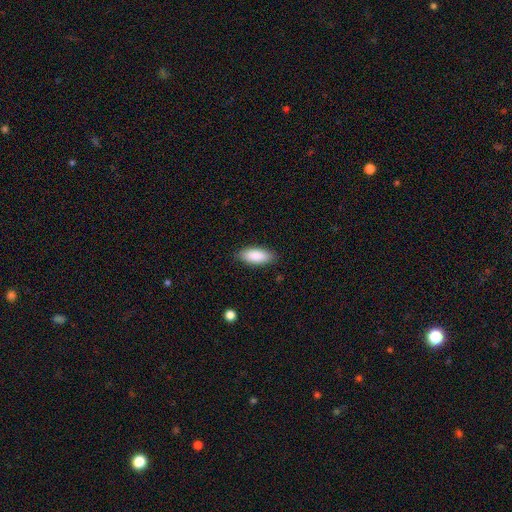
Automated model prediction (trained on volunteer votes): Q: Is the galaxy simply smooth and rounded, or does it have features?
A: smooth — 89%.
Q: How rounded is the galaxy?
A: in between — 84%.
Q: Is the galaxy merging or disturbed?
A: none — 87%.